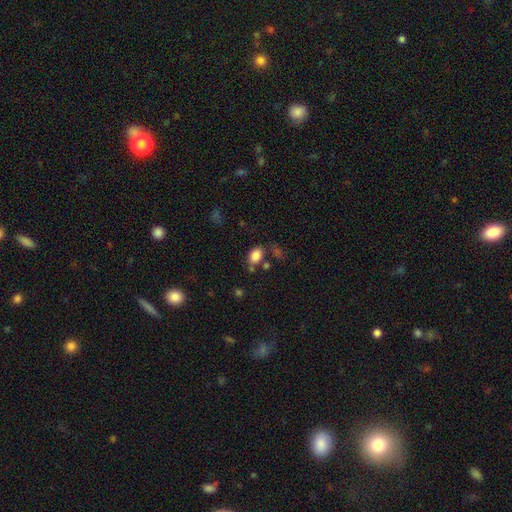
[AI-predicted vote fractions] Morphology: type=smooth (84%); roundness=in between (80%); merging=none (64%).